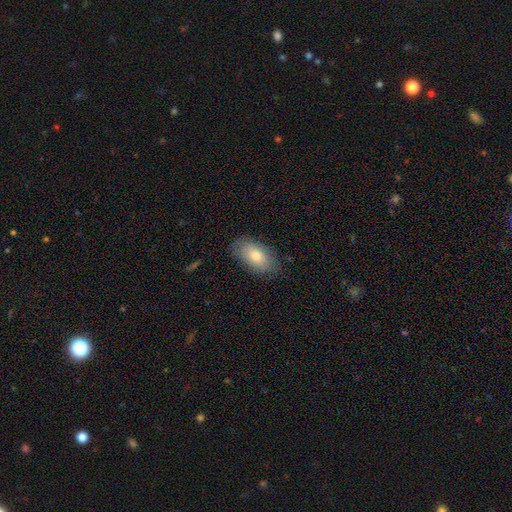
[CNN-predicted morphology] type=smooth (73%); roundness=in between (93%); merging=none (81%).